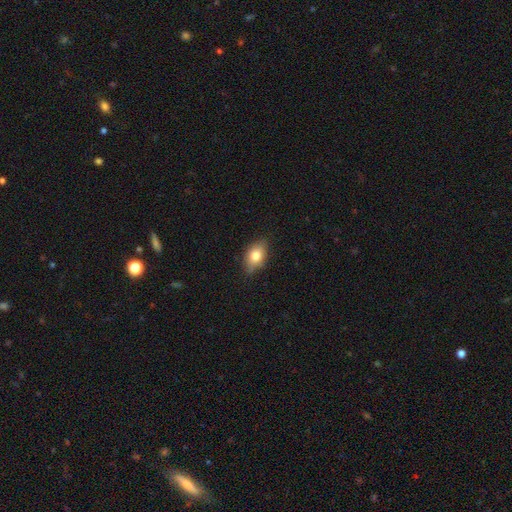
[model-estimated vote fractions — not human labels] smooth 76%, featured or disk 15%, star or artifact 8%. Down the decision tree: how rounded — in between (84%); merging — none (79%).